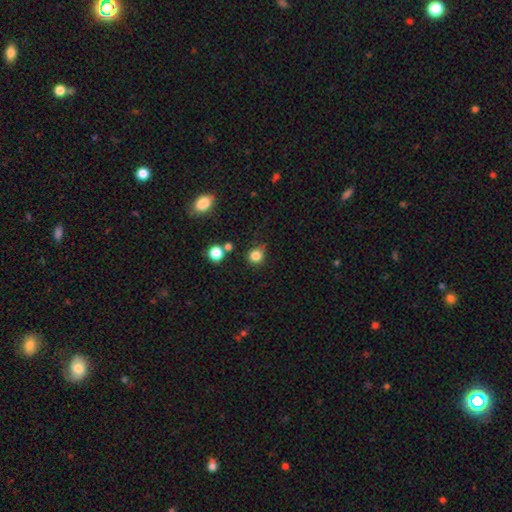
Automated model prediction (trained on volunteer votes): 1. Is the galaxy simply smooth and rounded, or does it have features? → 83% smooth, 13% star or artifact, 4% featured or disk.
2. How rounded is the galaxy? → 88% round, 11% in between, 1% cigar-shaped.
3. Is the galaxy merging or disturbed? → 80% none, 12% minor disturbance, 5% merger, 3% major disturbance.